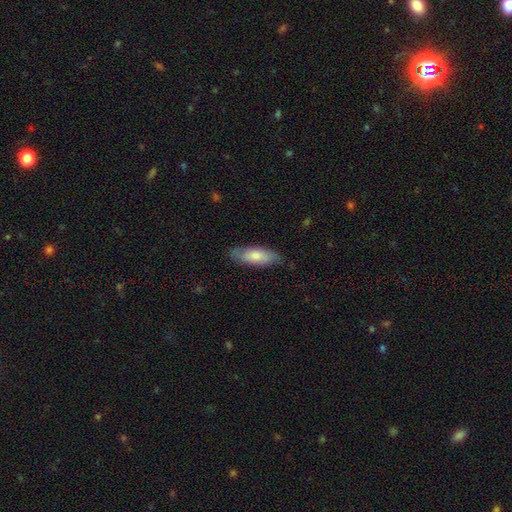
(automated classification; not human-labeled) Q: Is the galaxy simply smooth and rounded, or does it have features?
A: smooth — 70%.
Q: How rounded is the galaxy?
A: in between — 64%.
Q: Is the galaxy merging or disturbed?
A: none — 76%.